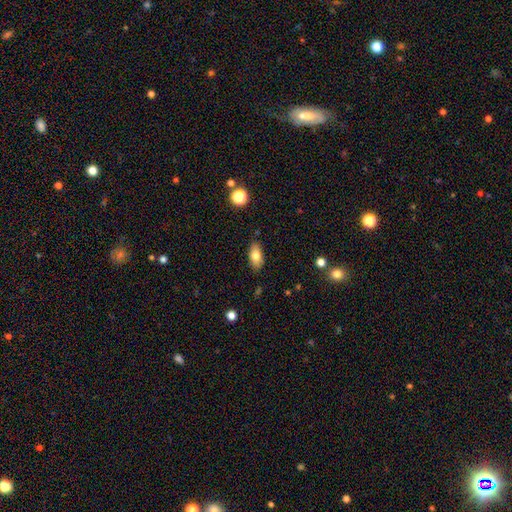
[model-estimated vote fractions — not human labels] smooth-or-featured: smooth: 77% | featured or disk: 15% | star or artifact: 8%
  how-rounded: in between: 88% | cigar-shaped: 7% | round: 5%
  merging: none: 86% | minor disturbance: 10% | major disturbance: 2% | merger: 1%